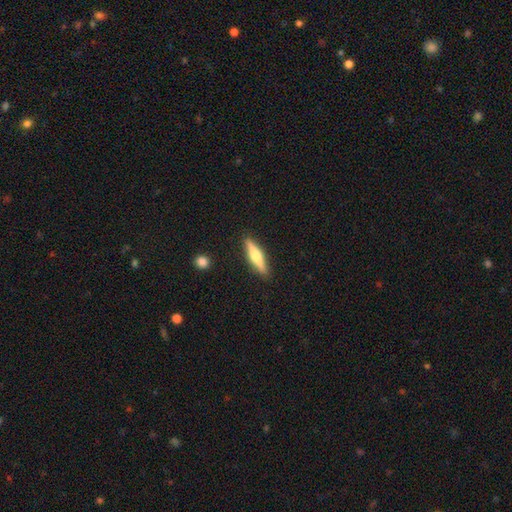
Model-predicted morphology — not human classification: Smooth or featured: smooth — 48% (featured or disk — 46%)
Merging: none — 90% (minor disturbance — 7%)